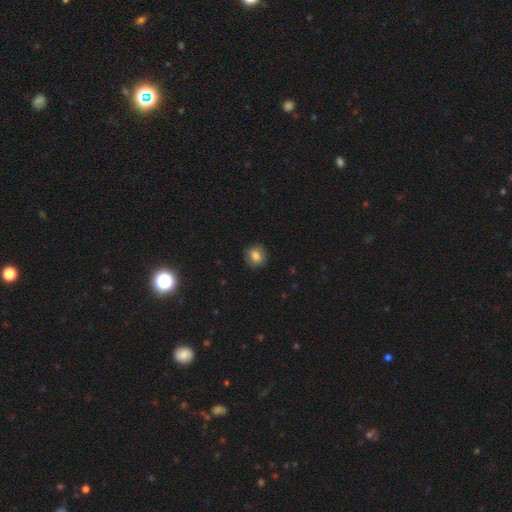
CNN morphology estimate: Smooth or featured: smooth — 82% (star or artifact — 9%)
How rounded: round — 70% (in between — 29%)
Merging: none — 87% (minor disturbance — 9%)